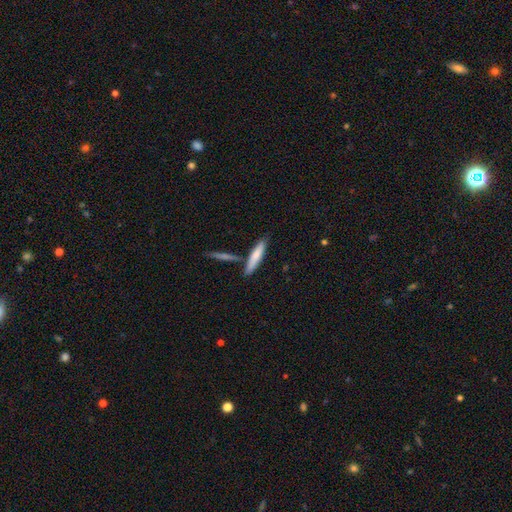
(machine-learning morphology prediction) smooth_or_featured: smooth (p=0.74) [alt: featured or disk p=0.21]
how_rounded: cigar-shaped (p=0.82) [alt: in between p=0.16]
merging: none (p=0.71) [alt: merger p=0.14]